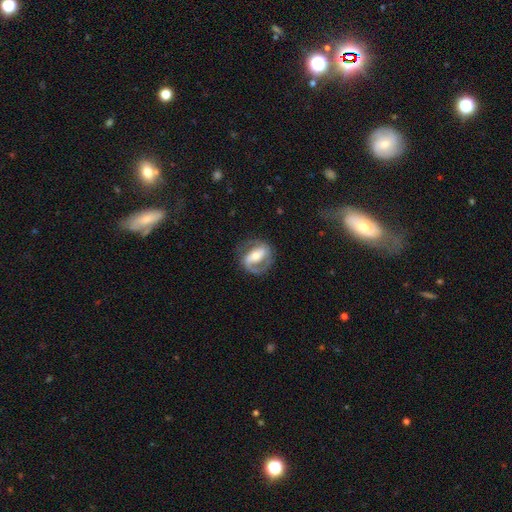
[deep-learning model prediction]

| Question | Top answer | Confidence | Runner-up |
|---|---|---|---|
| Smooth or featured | featured or disk | 77% | smooth (18%) |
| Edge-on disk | no | 95% | yes (5%) |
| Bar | strong | 50% | weak (29%) |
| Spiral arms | yes | 84% | no (16%) |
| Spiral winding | medium | 46% | tight (34%) |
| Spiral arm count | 2 | 72% | 1 (18%) |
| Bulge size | moderate | 58% | small (30%) |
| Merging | none | 68% | minor disturbance (17%) |